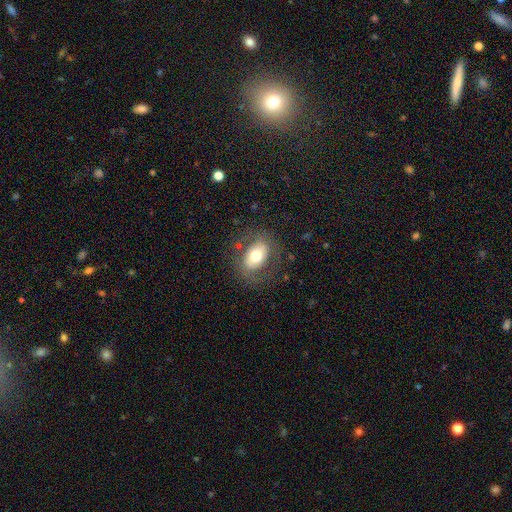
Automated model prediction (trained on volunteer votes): Q: Smooth or featured?
A: smooth (59%); runner-up: featured or disk (33%)
Q: How rounded?
A: in between (76%); runner-up: round (22%)
Q: Merging?
A: none (72%); runner-up: minor disturbance (16%)